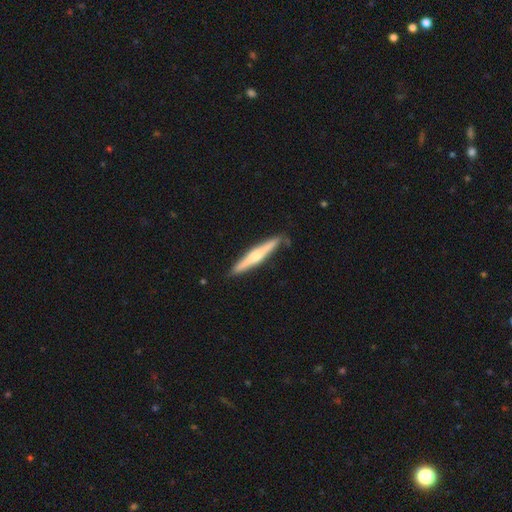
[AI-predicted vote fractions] A featured or disk galaxy (58%) viewed edge-on (97%) with a rounded central bulge (74%).

Vote fractions:
- Smooth or featured? featured or disk: 58% / smooth: 37% / star or artifact: 5%
- Edge-on disk? yes: 97% / no: 3%
- Edge-on bulge? rounded: 74% / none: 15% / boxy: 11%
- Merging? none: 86% / minor disturbance: 11% / major disturbance: 2% / merger: 2%